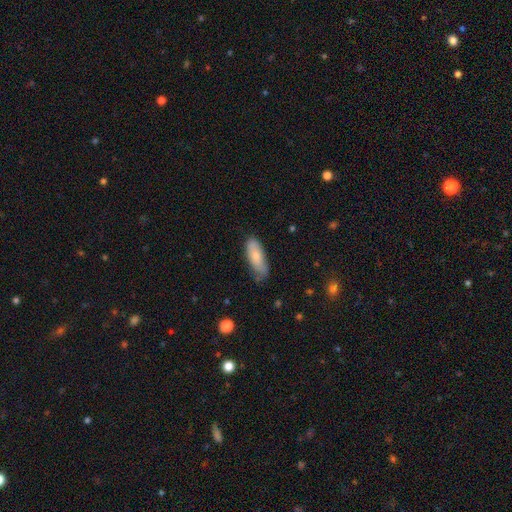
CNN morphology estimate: Smooth or featured? Predicted: smooth (p=0.79). How rounded? Predicted: in between (p=0.69). Merging? Predicted: none (p=0.65).